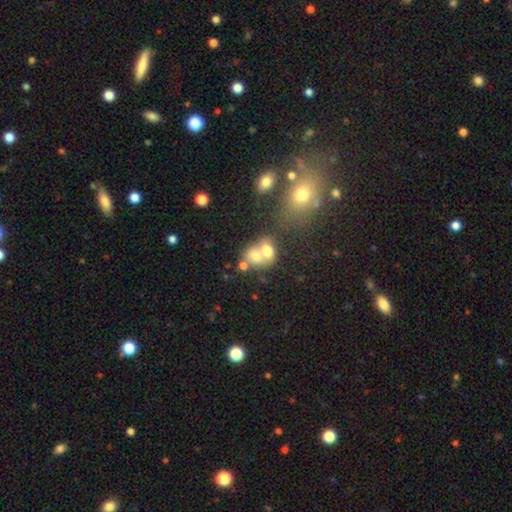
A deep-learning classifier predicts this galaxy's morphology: smooth_or_featured: smooth (p=0.65) [alt: featured or disk p=0.23]
how_rounded: round (p=0.50) [alt: in between p=0.49]
merging: merger (p=0.69) [alt: none p=0.20]